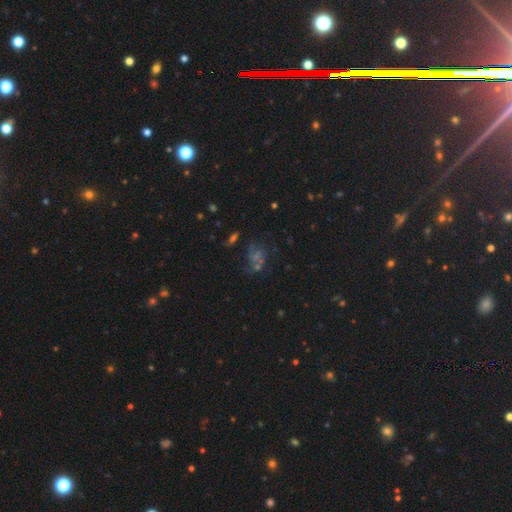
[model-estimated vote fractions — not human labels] Smooth or featured? Predicted: star or artifact (p=0.39).